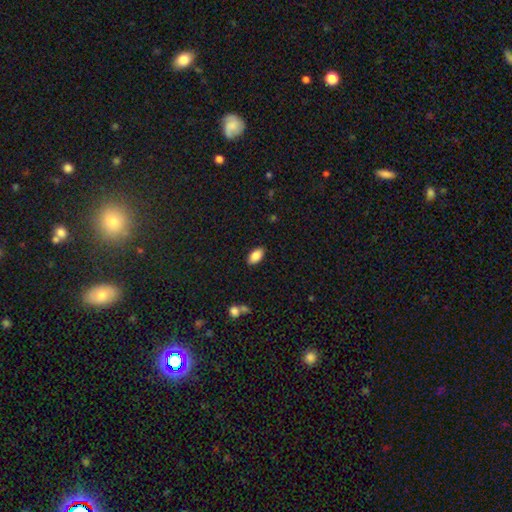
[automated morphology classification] smooth-or-featured: smooth: 86% | star or artifact: 7% | featured or disk: 6%
  how-rounded: in between: 93% | cigar-shaped: 4% | round: 4%
  merging: none: 88% | minor disturbance: 9% | major disturbance: 2% | merger: 1%